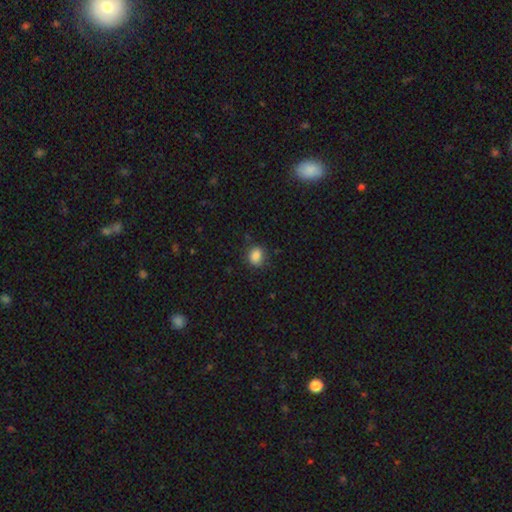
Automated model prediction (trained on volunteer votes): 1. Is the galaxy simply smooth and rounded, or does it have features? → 86% smooth, 10% star or artifact, 5% featured or disk.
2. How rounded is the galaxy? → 51% in between, 48% round, 1% cigar-shaped.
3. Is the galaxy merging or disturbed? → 79% none, 16% minor disturbance, 4% major disturbance, 1% merger.